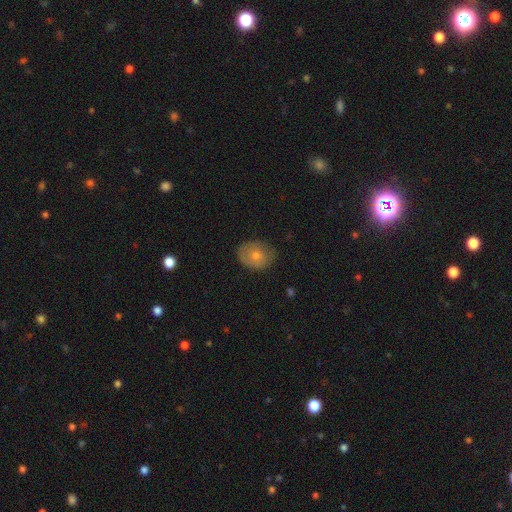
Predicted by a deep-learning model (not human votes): Smooth or featured?
  - smooth: 63% *
  - featured or disk: 28%
  - star or artifact: 10%
How rounded?
  - round: 56% *
  - in between: 43%
  - cigar-shaped: 1%
Merging?
  - none: 78% *
  - minor disturbance: 17%
  - major disturbance: 4%
  - merger: 1%